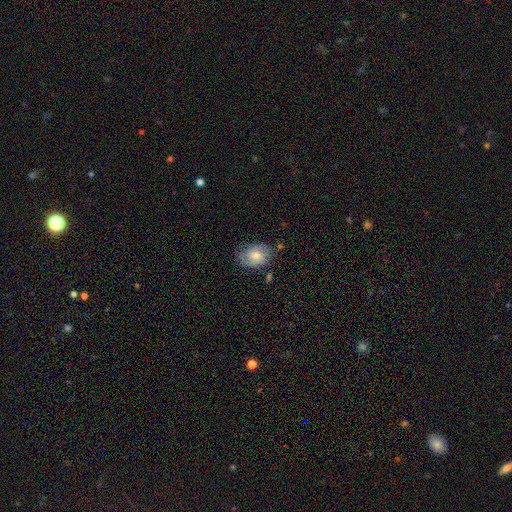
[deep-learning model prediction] smooth-or-featured: smooth: 51% | featured or disk: 42% | star or artifact: 8%
  how-rounded: in between: 76% | round: 23% | cigar-shaped: 1%
  merging: none: 66% | minor disturbance: 24% | major disturbance: 7% | merger: 3%